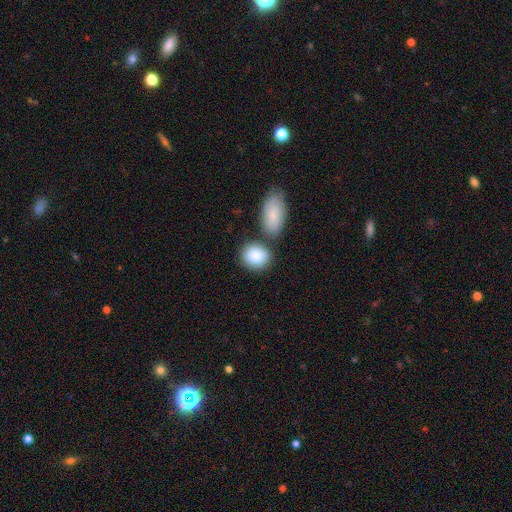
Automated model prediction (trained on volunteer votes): smooth_or_featured: smooth (p=0.85) [alt: featured or disk p=0.08]
how_rounded: round (p=0.54) [alt: in between p=0.44]
merging: none (p=0.64) [alt: merger p=0.22]